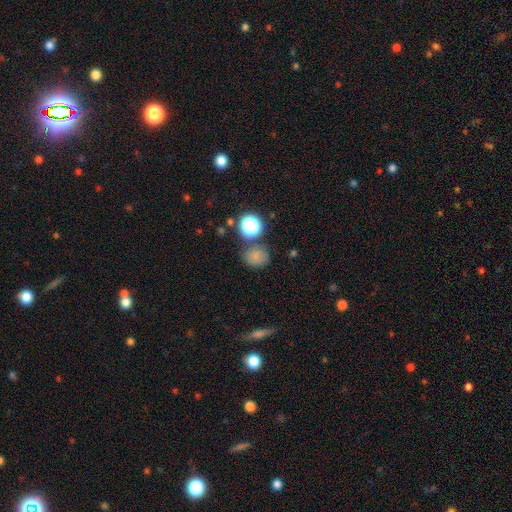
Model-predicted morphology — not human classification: A smooth galaxy with no disk features (73%) that is round (72%).

Vote fractions:
- Smooth or featured? smooth: 73% / star or artifact: 19% / featured or disk: 8%
- How rounded? round: 72% / in between: 27% / cigar-shaped: 1%
- Merging? none: 72% / minor disturbance: 14% / merger: 9% / major disturbance: 5%